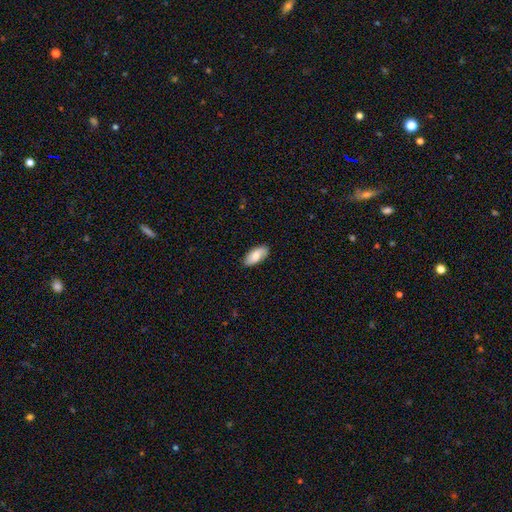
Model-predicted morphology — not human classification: This appears to be a smooth galaxy with no disk features (79%) that is in between round and cigar-shaped (91%). Merging: none (86%).